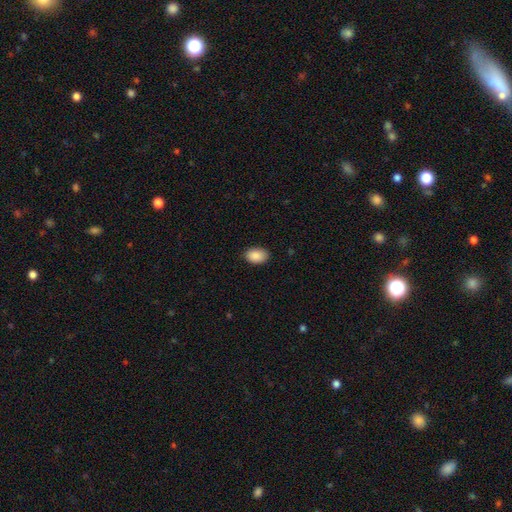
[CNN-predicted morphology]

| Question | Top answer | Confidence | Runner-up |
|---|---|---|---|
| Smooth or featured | smooth | 90% | star or artifact (7%) |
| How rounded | in between | 86% | round (13%) |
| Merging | none | 86% | minor disturbance (11%) |